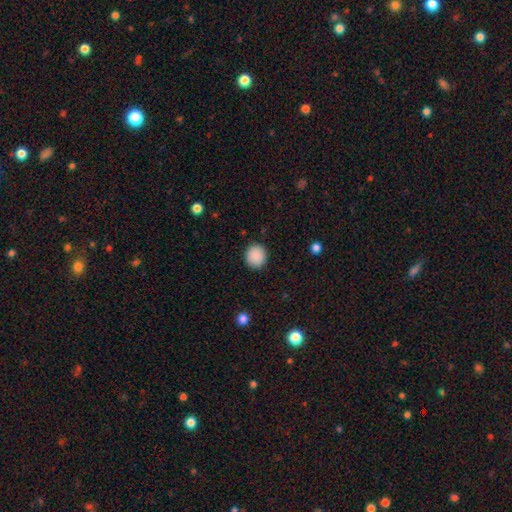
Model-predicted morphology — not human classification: Smooth or featured? Predicted: smooth (p=0.89). How rounded? Predicted: round (p=0.86). Merging? Predicted: none (p=0.90).